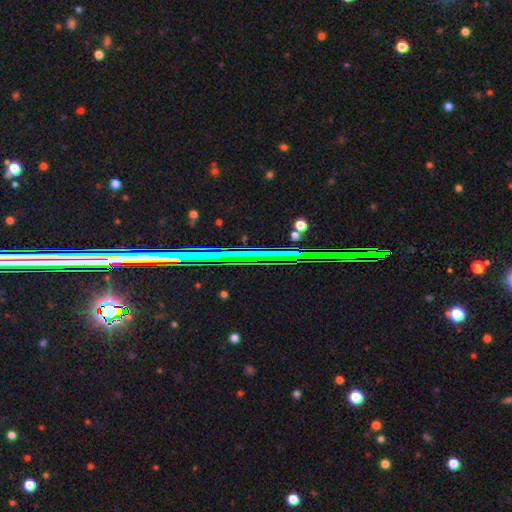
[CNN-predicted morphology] This is likely a star or artifact rather than a galaxy (77%).